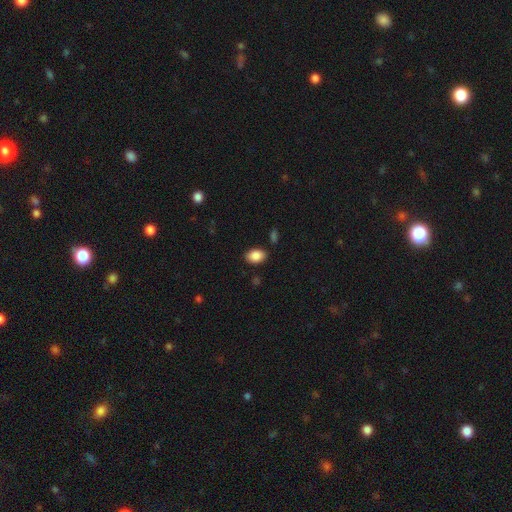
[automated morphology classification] smooth 88%, star or artifact 8%, featured or disk 5%. Down the decision tree: how rounded — in between (85%); merging — none (85%).